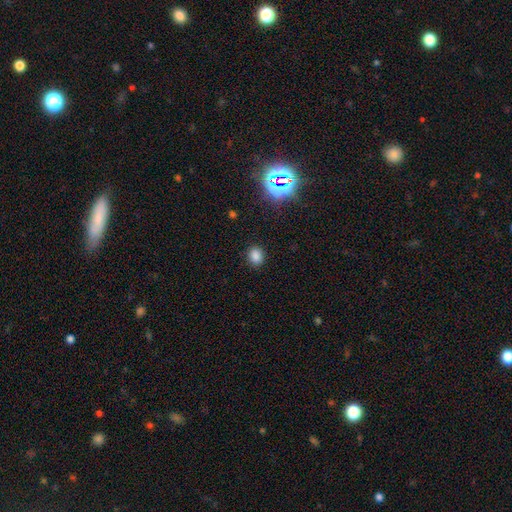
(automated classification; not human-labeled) This is clearly a smooth galaxy (81%). How rounded: possibly in between (51%). Merging: clearly none (87%).